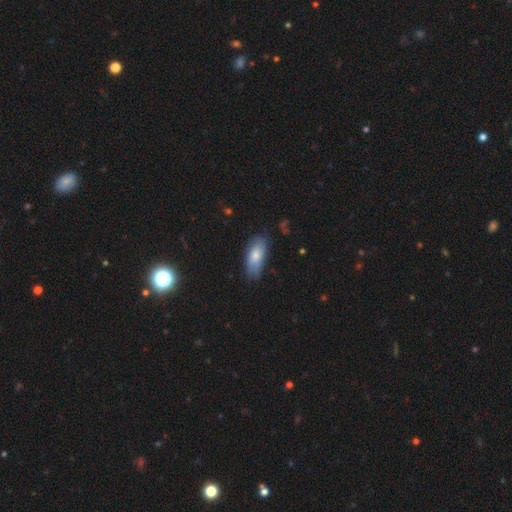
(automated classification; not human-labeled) Smooth or featured? smooth (74%)
How rounded? in between (83%)
Merging? none (68%)